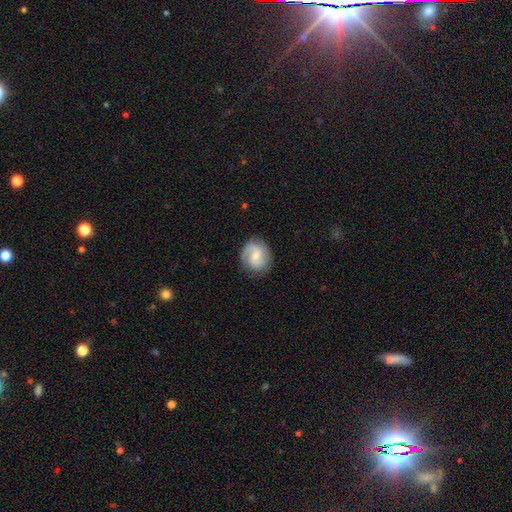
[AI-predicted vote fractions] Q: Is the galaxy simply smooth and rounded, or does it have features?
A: featured or disk — 69%.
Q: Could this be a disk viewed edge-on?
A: no — 98%.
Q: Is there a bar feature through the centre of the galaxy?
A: weak — 46%.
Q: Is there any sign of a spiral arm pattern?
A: yes — 94%.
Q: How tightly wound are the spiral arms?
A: medium — 46%.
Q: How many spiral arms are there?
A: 2 — 69%.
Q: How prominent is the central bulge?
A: small — 55%.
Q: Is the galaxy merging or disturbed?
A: none — 76%.